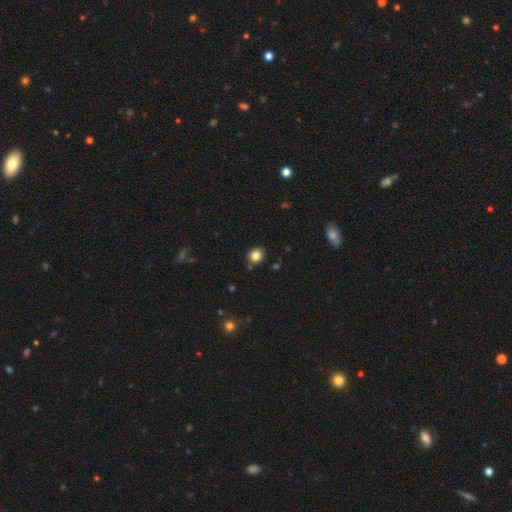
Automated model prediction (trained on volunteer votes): This is clearly a smooth galaxy (83%). How rounded: likely round (78%). Merging: clearly none (87%).